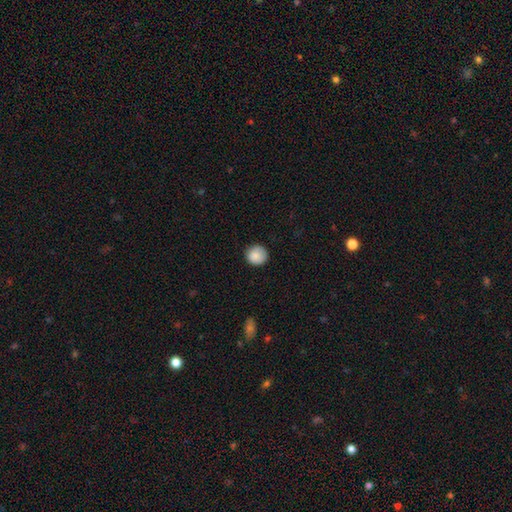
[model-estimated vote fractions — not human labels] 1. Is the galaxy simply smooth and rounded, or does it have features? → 88% smooth, 8% star or artifact, 5% featured or disk.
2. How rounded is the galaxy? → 92% round, 7% in between, 1% cigar-shaped.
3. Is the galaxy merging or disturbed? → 87% none, 10% minor disturbance, 2% major disturbance, 1% merger.